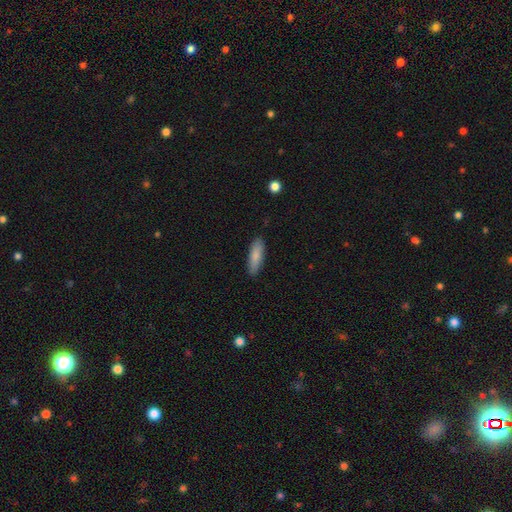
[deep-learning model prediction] smooth 83%, featured or disk 11%, star or artifact 6%. Down the decision tree: how rounded — cigar-shaped (57%); merging — none (88%).